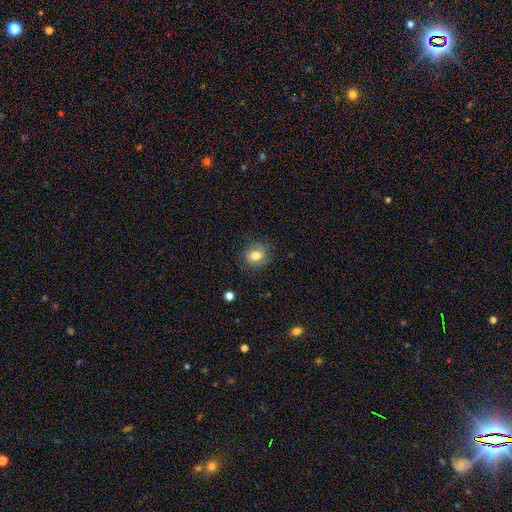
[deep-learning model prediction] Q: Smooth or featured?
A: smooth (66%); runner-up: featured or disk (24%)
Q: How rounded?
A: round (61%); runner-up: in between (38%)
Q: Merging?
A: none (74%); runner-up: minor disturbance (18%)